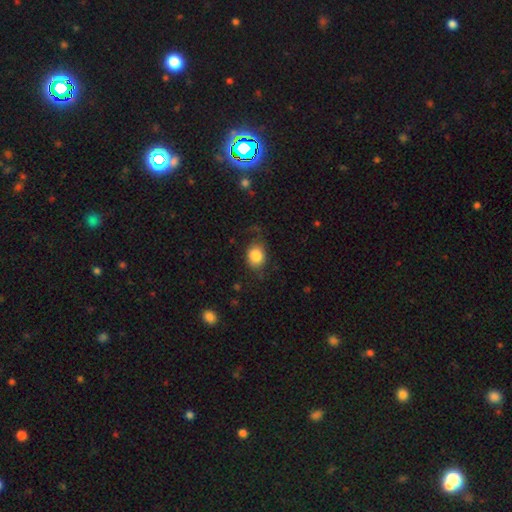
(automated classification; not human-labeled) Overall: smooth (85%). How rounded: round (51%; in between 48%). Merging: none (68%).